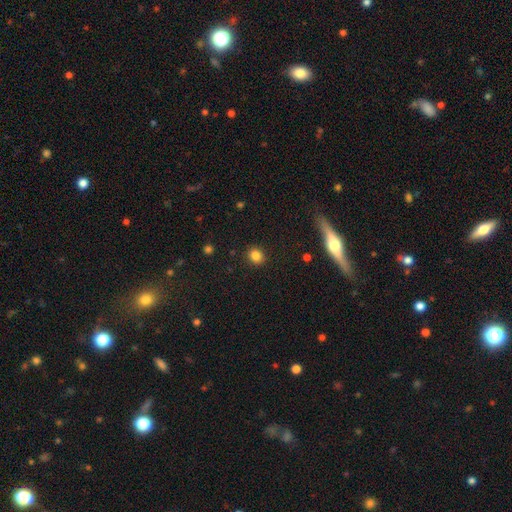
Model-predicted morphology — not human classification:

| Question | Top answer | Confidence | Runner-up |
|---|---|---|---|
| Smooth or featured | smooth | 84% | star or artifact (11%) |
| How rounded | round | 72% | in between (27%) |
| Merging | none | 90% | minor disturbance (6%) |